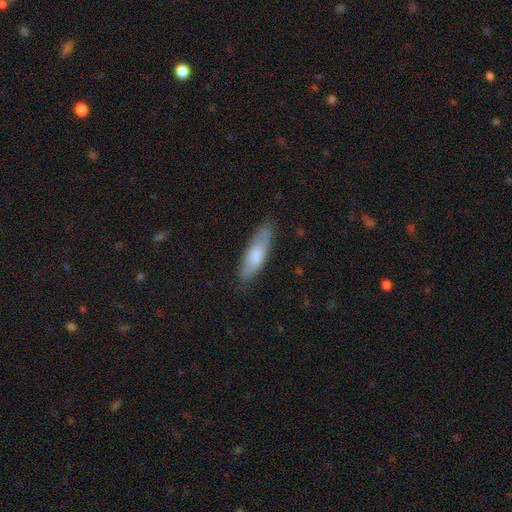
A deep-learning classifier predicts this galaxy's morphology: smooth-or-featured: smooth: 74% | featured or disk: 20% | star or artifact: 6%
  how-rounded: cigar-shaped: 53% | in between: 46% | round: 2%
  merging: none: 76% | minor disturbance: 19% | major disturbance: 4% | merger: 1%